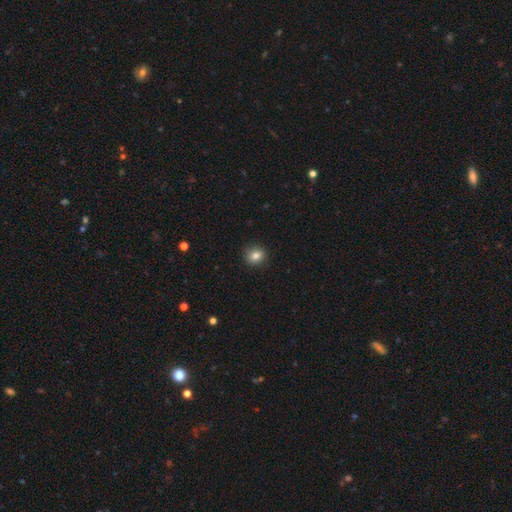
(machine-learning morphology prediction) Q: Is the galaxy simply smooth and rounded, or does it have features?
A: smooth — 83%.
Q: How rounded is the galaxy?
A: round — 82%.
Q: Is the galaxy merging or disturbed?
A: none — 90%.